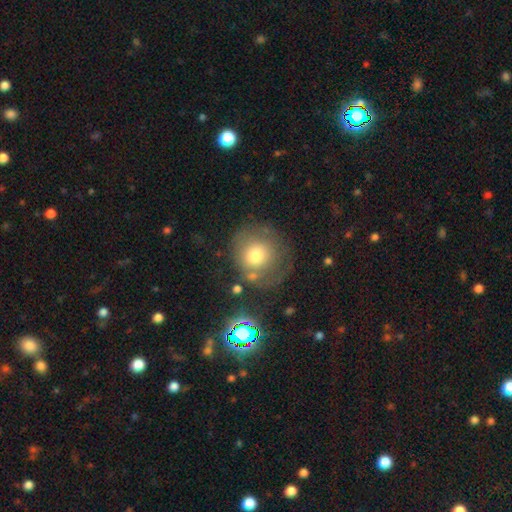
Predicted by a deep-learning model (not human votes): Smooth or featured: smooth — 63% (featured or disk — 24%)
How rounded: round — 88% (in between — 11%)
Merging: none — 59% (minor disturbance — 19%)